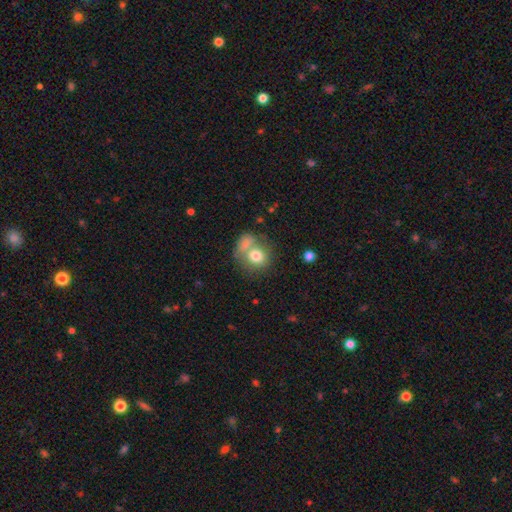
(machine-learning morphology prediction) Q: Smooth or featured?
A: smooth (77%); runner-up: featured or disk (15%)
Q: How rounded?
A: round (70%); runner-up: in between (29%)
Q: Merging?
A: merger (45%); runner-up: none (37%)